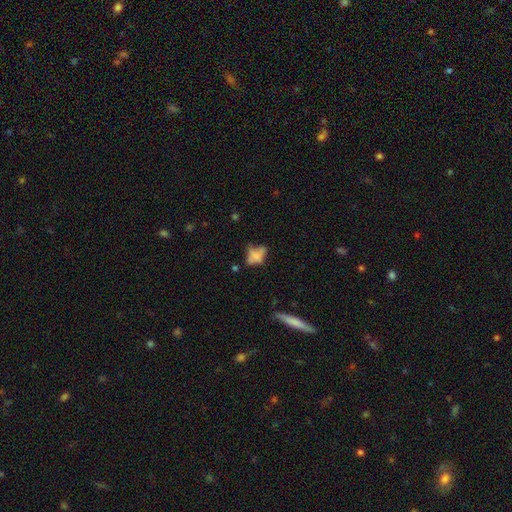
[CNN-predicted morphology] Smooth or featured?
  - smooth: 56% *
  - featured or disk: 31%
  - star or artifact: 13%
How rounded?
  - in between: 75% *
  - round: 18%
  - cigar-shaped: 7%
Merging?
  - none: 38% *
  - minor disturbance: 25%
  - major disturbance: 24%
  - merger: 14%